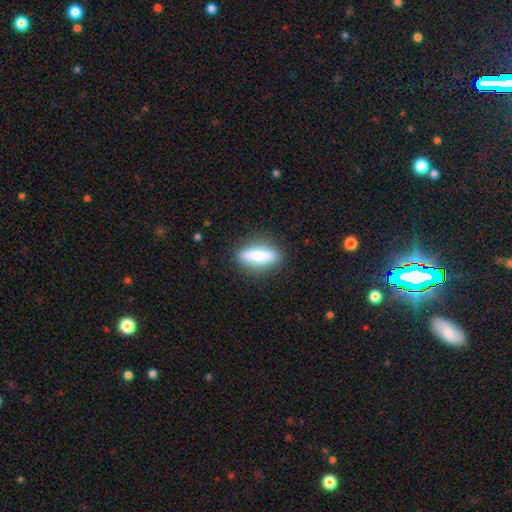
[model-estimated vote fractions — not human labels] Smooth or featured?
  - smooth: 68% *
  - featured or disk: 26%
  - star or artifact: 6%
How rounded?
  - cigar-shaped: 51% *
  - in between: 46%
  - round: 3%
Merging?
  - none: 87% *
  - minor disturbance: 9%
  - major disturbance: 3%
  - merger: 1%